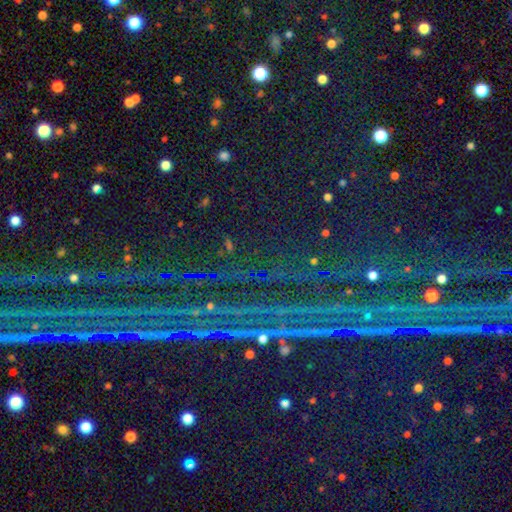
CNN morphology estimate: smooth_or_featured: star or artifact (p=0.85) [alt: smooth p=0.08]